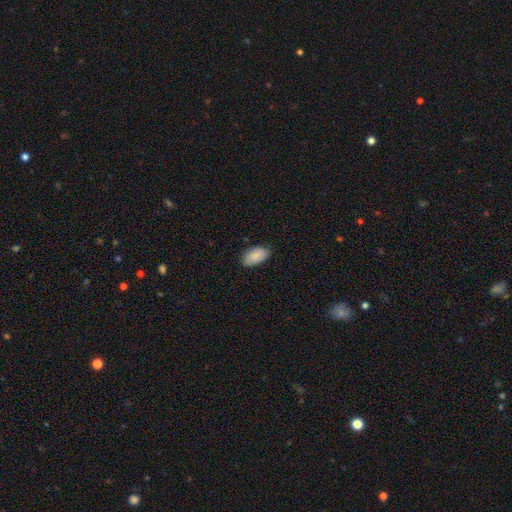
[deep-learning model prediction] The model was most divided on "merging": none: 80%, minor disturbance: 16%, major disturbance: 3%, merger: 1%. More confident: how rounded — in between (94%); smooth or featured — smooth (86%).